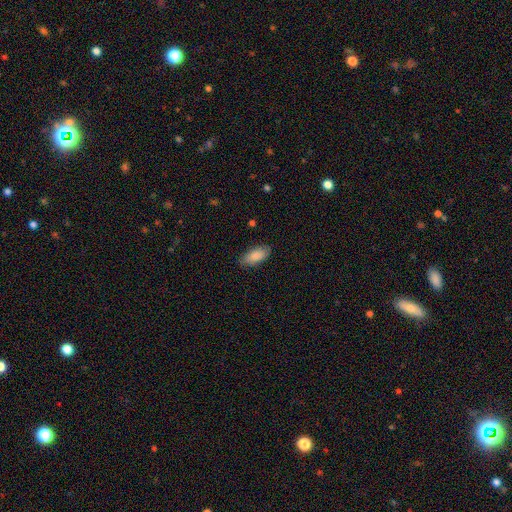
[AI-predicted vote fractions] smooth 84%, featured or disk 9%, star or artifact 6%. Down the decision tree: how rounded — in between (90%); merging — none (84%).